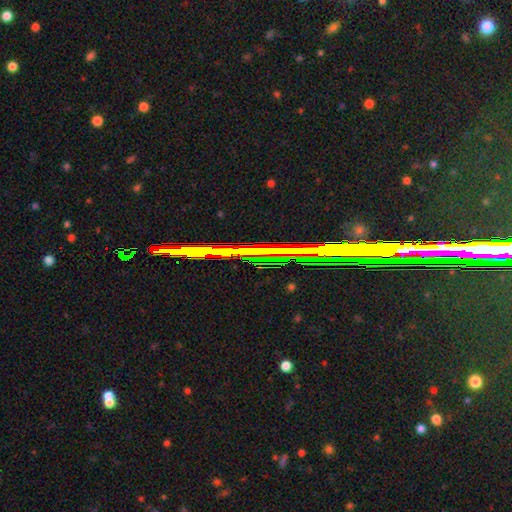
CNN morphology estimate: Smooth or featured: star or artifact — 69% (featured or disk — 21%)